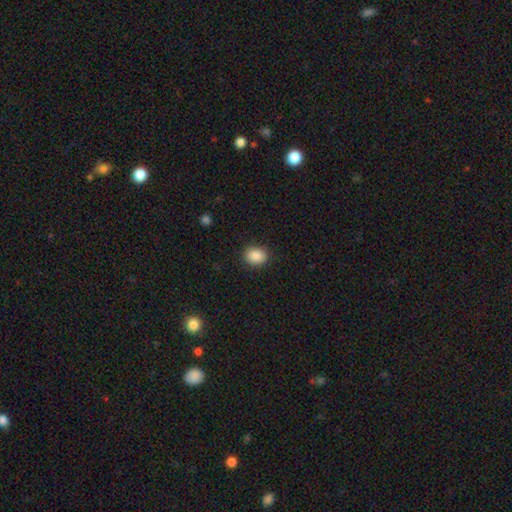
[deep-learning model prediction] Smooth or featured?
  - smooth: 88% *
  - star or artifact: 9%
  - featured or disk: 4%
How rounded?
  - in between: 50% *
  - round: 49%
  - cigar-shaped: 1%
Merging?
  - none: 88% *
  - minor disturbance: 8%
  - major disturbance: 2%
  - merger: 1%